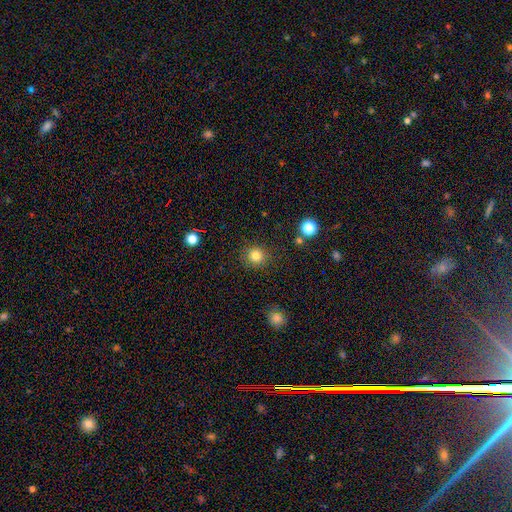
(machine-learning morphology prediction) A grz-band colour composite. It shows a smooth galaxy with no disk features (82%) that is round (90%). Merging: none (88%).